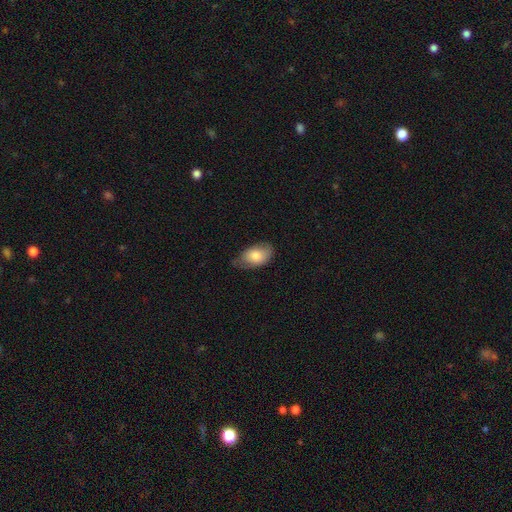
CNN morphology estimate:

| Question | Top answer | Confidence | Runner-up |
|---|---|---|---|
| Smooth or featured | smooth | 79% | featured or disk (15%) |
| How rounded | in between | 91% | round (7%) |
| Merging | none | 60% | minor disturbance (32%) |